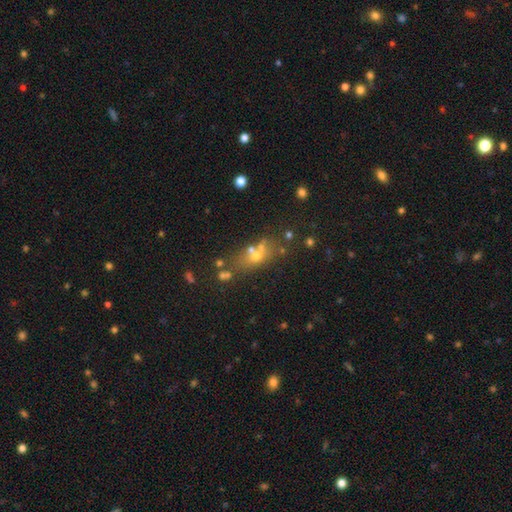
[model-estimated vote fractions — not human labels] This is marginally a smooth galaxy (43%). Merging: possibly none (57%).